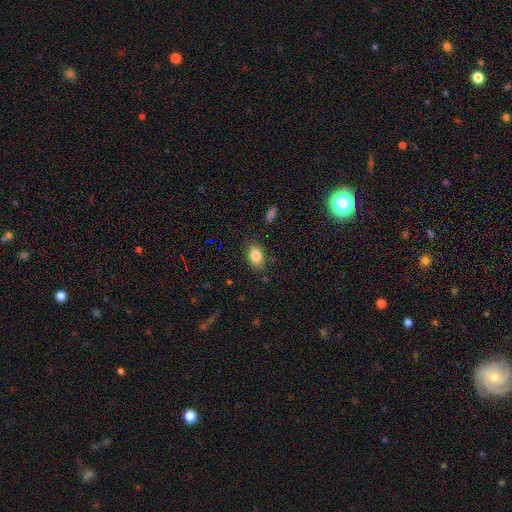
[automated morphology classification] smooth-or-featured: smooth: 84% | star or artifact: 8% | featured or disk: 8%
  how-rounded: in between: 88% | round: 9% | cigar-shaped: 2%
  merging: none: 83% | minor disturbance: 13% | major disturbance: 3% | merger: 2%